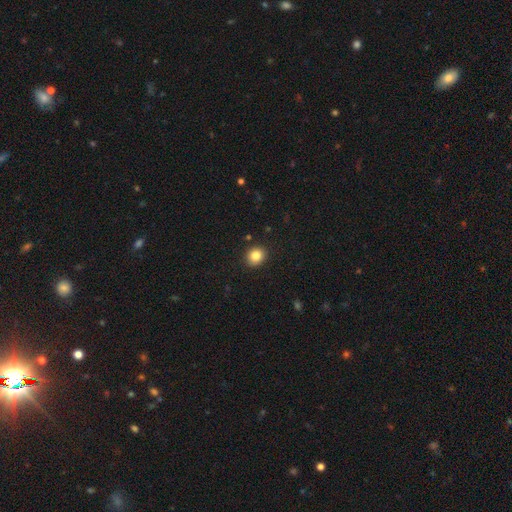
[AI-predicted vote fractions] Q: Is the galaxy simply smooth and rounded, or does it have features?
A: smooth — 84%.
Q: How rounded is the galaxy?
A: round — 76%.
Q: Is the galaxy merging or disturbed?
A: none — 90%.